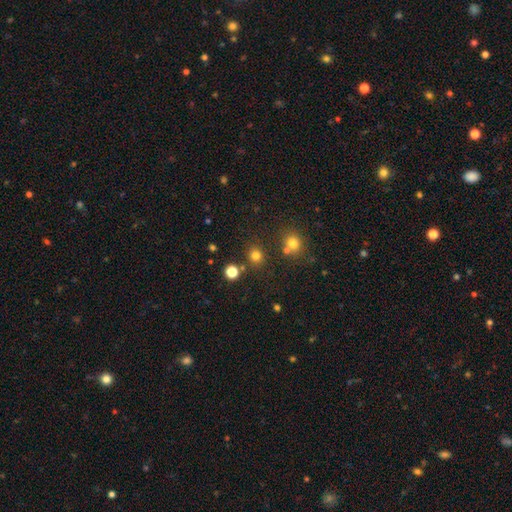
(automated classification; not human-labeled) smooth_or_featured: smooth (p=0.77) [alt: star or artifact p=0.18]
how_rounded: round (p=0.85) [alt: in between p=0.14]
merging: none (p=0.81) [alt: merger p=0.09]